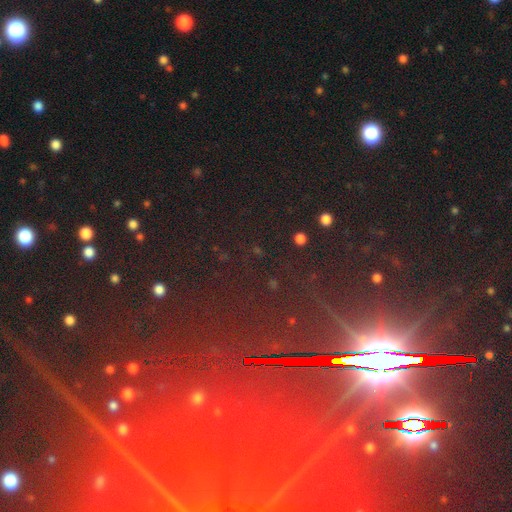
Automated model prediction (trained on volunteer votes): Q: Smooth or featured?
A: star or artifact (84%); runner-up: featured or disk (8%)